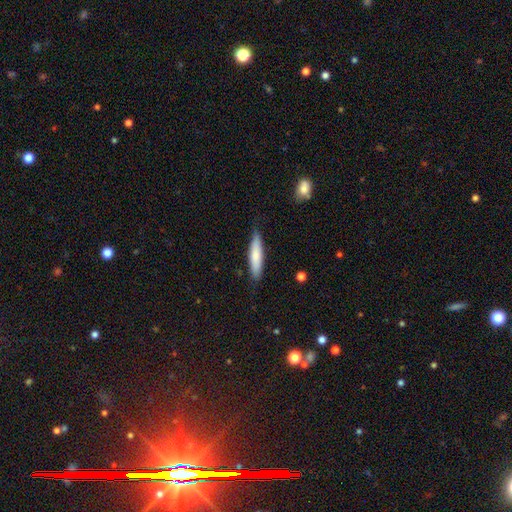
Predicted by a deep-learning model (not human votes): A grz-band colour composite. It shows a smooth galaxy with no disk features (76%) that is cigar-shaped (80%). Merging: none (81%).